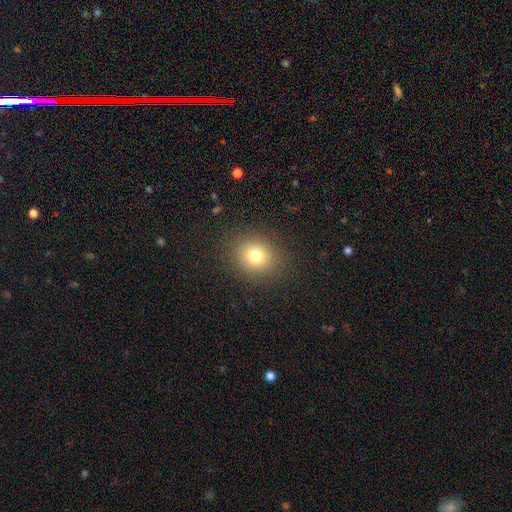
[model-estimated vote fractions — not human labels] Q: Smooth or featured?
A: smooth (76%); runner-up: star or artifact (15%)
Q: How rounded?
A: round (74%); runner-up: in between (25%)
Q: Merging?
A: none (88%); runner-up: minor disturbance (7%)